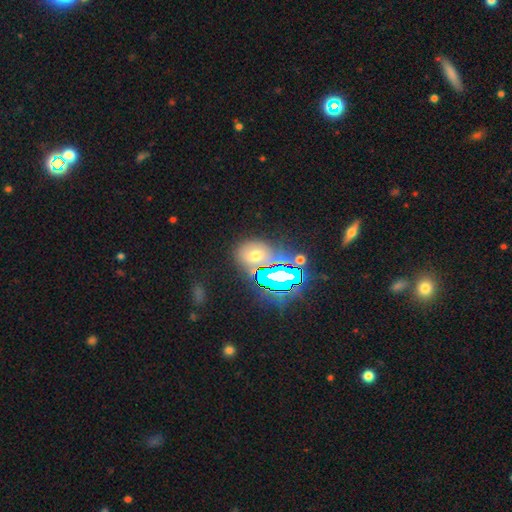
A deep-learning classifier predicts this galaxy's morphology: smooth-or-featured: smooth: 44% | star or artifact: 39% | featured or disk: 17%
  merging: none: 65% | minor disturbance: 15% | merger: 12% | major disturbance: 8%